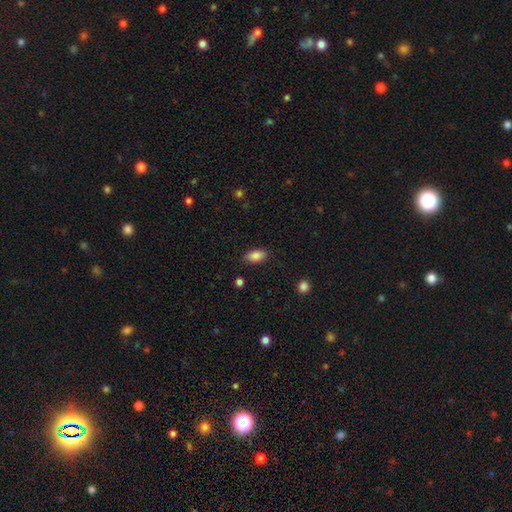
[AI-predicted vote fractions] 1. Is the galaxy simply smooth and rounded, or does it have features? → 87% smooth, 8% star or artifact, 5% featured or disk.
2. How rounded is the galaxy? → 91% in between, 5% round, 3% cigar-shaped.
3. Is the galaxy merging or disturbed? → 85% none, 11% minor disturbance, 3% major disturbance, 1% merger.